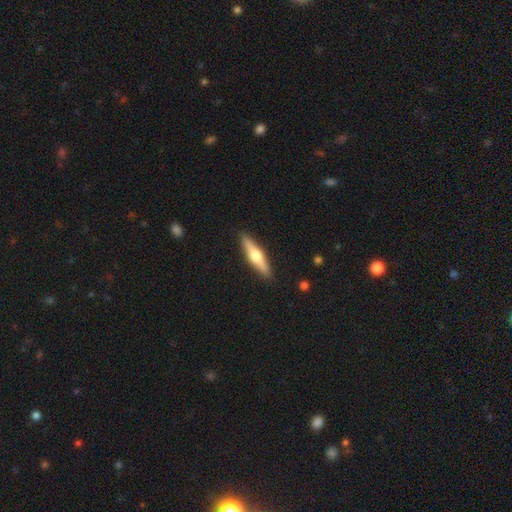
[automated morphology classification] This is possibly a featured or disk galaxy (55%). It is clearly viewed edge-on (95%). Edge-on bulge: clearly rounded (93%). Merging: clearly none (90%).